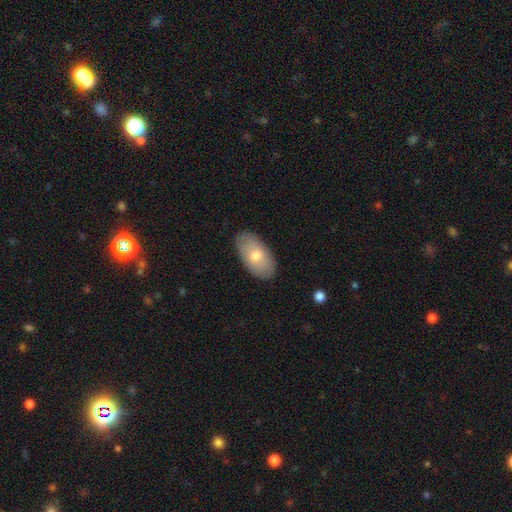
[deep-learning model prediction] Smooth or featured?
  - smooth: 67% *
  - featured or disk: 27%
  - star or artifact: 6%
How rounded?
  - in between: 95% *
  - round: 4%
  - cigar-shaped: 2%
Merging?
  - none: 85% *
  - minor disturbance: 11%
  - major disturbance: 2%
  - merger: 1%